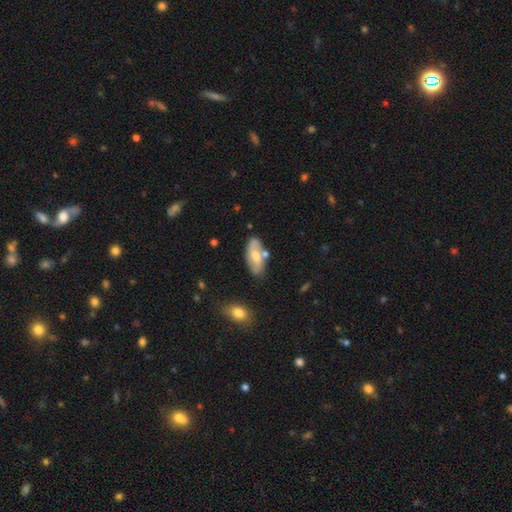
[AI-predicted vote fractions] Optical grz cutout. It shows a smooth galaxy with no disk features (50%). Merging: none (69%).